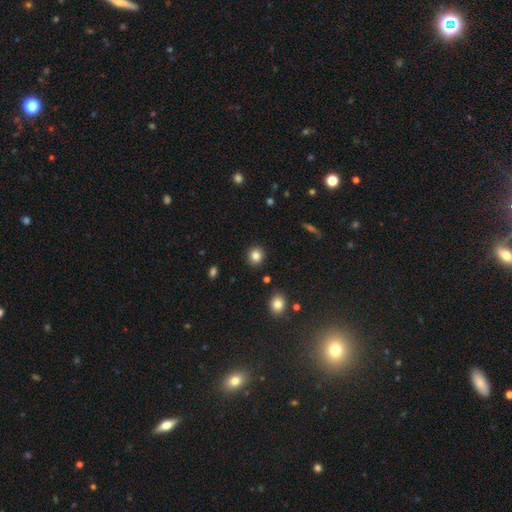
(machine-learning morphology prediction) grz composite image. It shows a smooth galaxy with no disk features (85%) that is round (88%). Merging: none (91%).